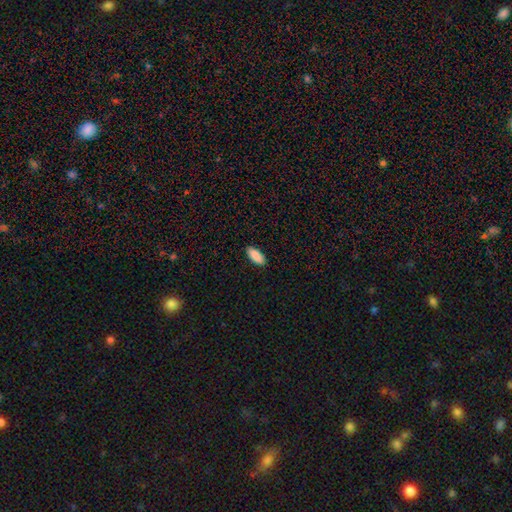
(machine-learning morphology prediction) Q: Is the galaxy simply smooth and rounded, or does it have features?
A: smooth — 88%.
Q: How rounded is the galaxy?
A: in between — 83%.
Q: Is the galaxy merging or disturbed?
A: none — 90%.